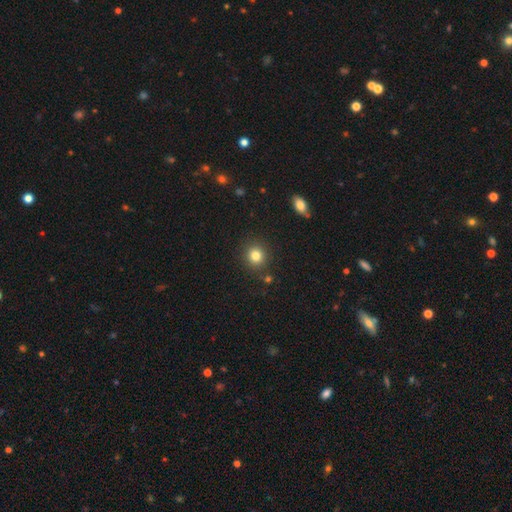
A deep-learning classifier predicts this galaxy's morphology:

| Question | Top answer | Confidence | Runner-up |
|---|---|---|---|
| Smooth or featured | smooth | 83% | star or artifact (11%) |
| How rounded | round | 89% | in between (10%) |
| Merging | none | 87% | minor disturbance (7%) |